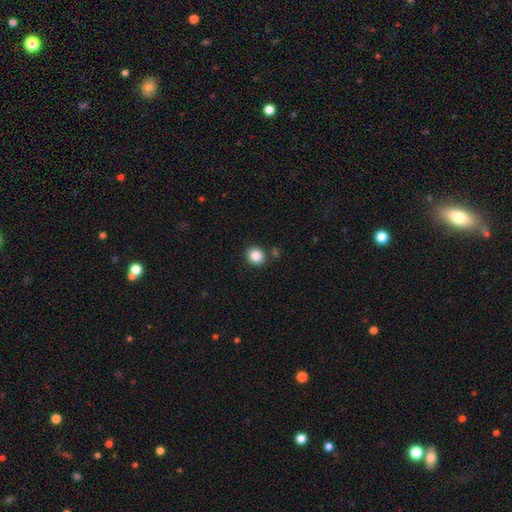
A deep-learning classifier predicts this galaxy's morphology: Overall: smooth (85%). How rounded: round (80%). Merging: none (85%).